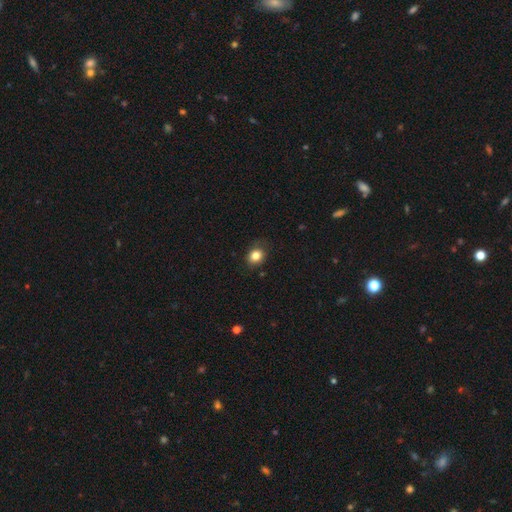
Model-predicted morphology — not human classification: This is clearly a smooth galaxy (83%). How rounded: possibly round (55%). Merging: likely none (79%).